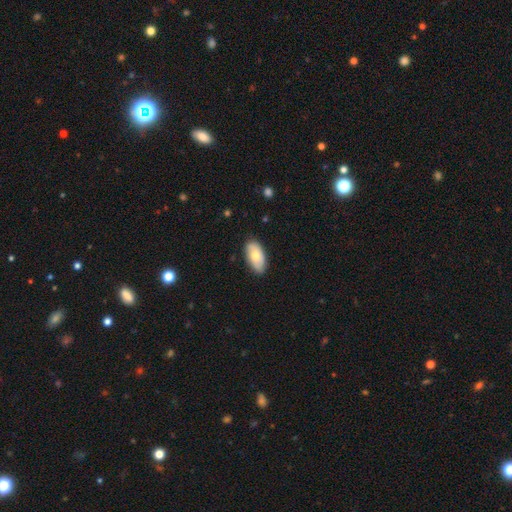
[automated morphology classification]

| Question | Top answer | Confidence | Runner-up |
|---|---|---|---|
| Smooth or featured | smooth | 72% | featured or disk (23%) |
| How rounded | in between | 94% | cigar-shaped (3%) |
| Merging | none | 83% | minor disturbance (13%) |